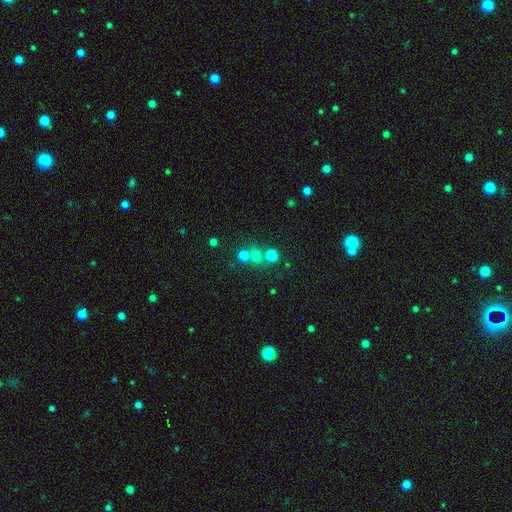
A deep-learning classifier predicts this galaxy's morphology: smooth 68%, star or artifact 22%, featured or disk 11%. Down the decision tree: how rounded — round (82%); merging — none (51%).